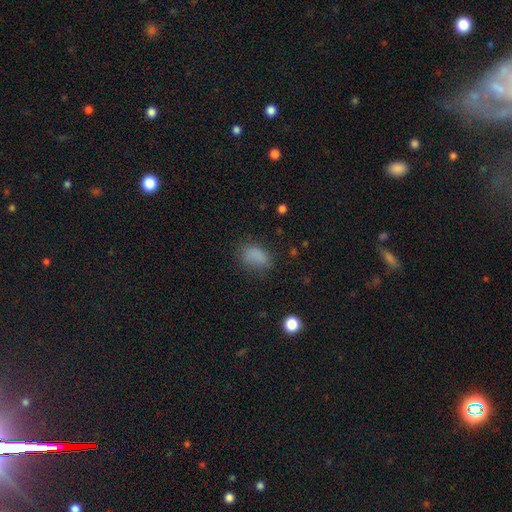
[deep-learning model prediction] smooth-or-featured: smooth: 82% | star or artifact: 12% | featured or disk: 6%
  how-rounded: in between: 86% | round: 12% | cigar-shaped: 2%
  merging: none: 69% | minor disturbance: 21% | major disturbance: 8% | merger: 2%